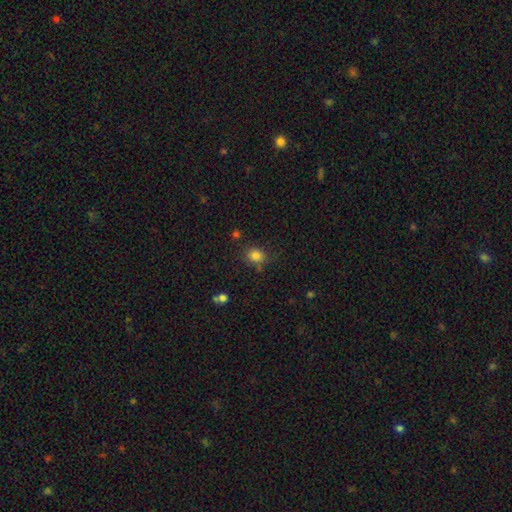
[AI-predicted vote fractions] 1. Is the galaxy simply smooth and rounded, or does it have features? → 82% smooth, 12% star or artifact, 6% featured or disk.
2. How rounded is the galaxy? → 68% round, 32% in between, 1% cigar-shaped.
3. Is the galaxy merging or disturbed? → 74% none, 16% minor disturbance, 5% merger, 5% major disturbance.